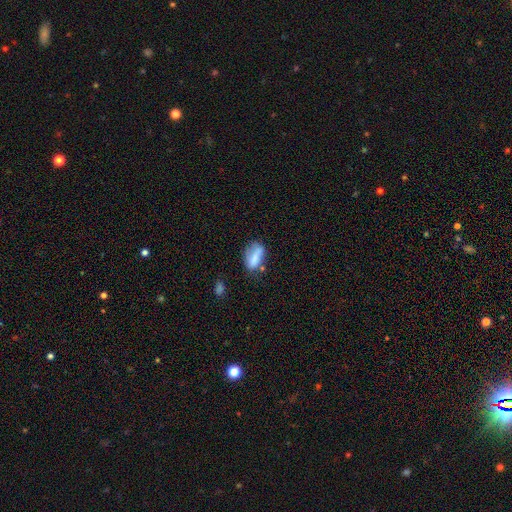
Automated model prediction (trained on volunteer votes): Smooth or featured? Predicted: smooth (p=0.69). How rounded? Predicted: in between (p=0.81). Merging? Predicted: none (p=0.45).